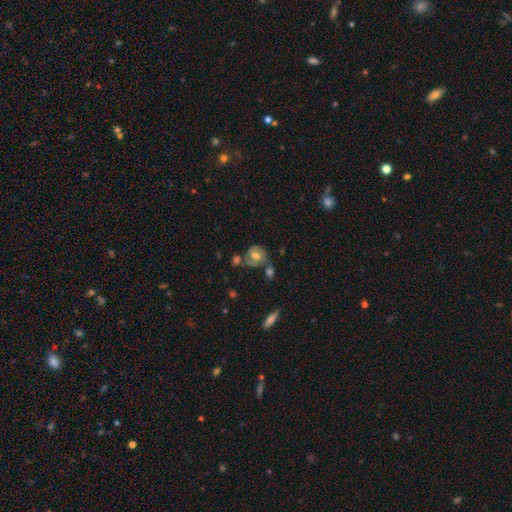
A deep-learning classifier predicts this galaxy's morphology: smooth_or_featured: featured or disk (p=0.58) [alt: smooth p=0.33]
disk_edge_on: no (p=0.96) [alt: yes p=0.04]
bar: no (p=0.54) [alt: weak p=0.36]
has_spiral_arms: yes (p=0.78) [alt: no p=0.22]
bulge_size: moderate (p=0.68) [alt: large p=0.16]
merging: none (p=0.44) [alt: merger p=0.26]